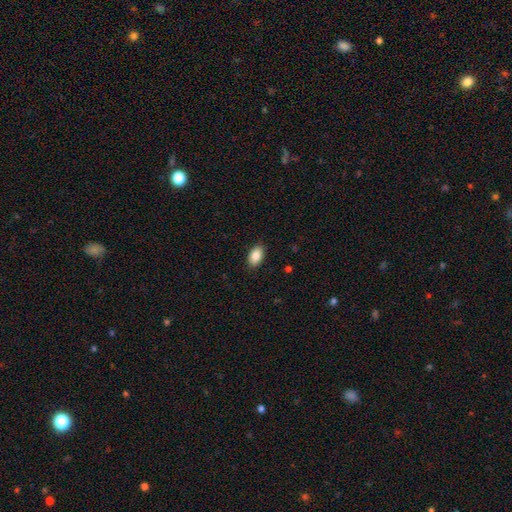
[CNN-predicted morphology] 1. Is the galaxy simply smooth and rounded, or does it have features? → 86% smooth, 7% star or artifact, 7% featured or disk.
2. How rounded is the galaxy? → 92% in between, 6% round, 2% cigar-shaped.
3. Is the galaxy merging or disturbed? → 88% none, 9% minor disturbance, 2% major disturbance, 1% merger.